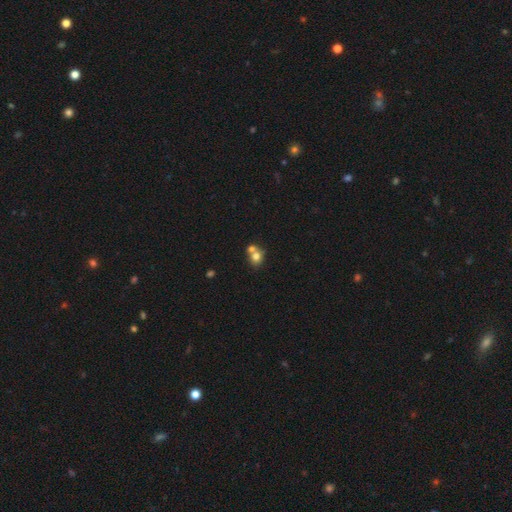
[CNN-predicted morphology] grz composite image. It shows a smooth galaxy with no disk features (75%) that is round (71%). Merging: merger (52%).